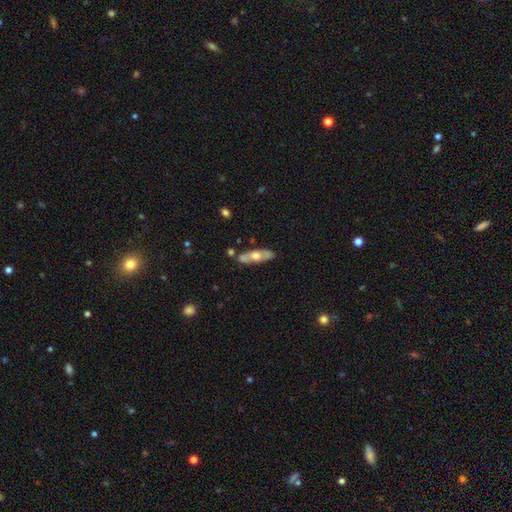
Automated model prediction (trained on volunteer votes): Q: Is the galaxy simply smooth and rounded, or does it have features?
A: featured or disk — 53%.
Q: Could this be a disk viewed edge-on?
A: no — 61%.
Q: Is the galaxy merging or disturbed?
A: none — 77%.